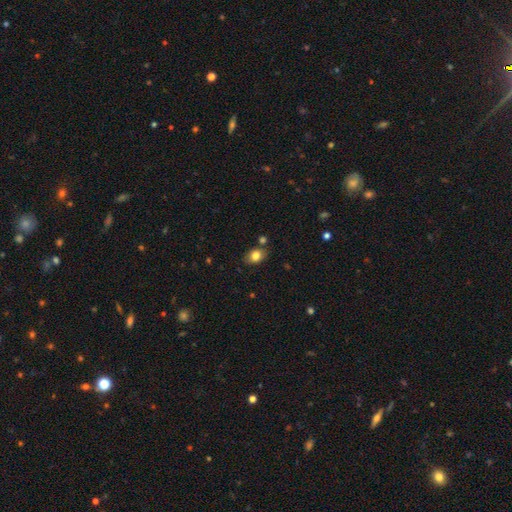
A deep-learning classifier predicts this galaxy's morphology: smooth-or-featured: smooth: 81% | featured or disk: 10% | star or artifact: 9%
  how-rounded: in between: 72% | round: 26% | cigar-shaped: 1%
  merging: none: 77% | minor disturbance: 14% | merger: 6% | major disturbance: 3%